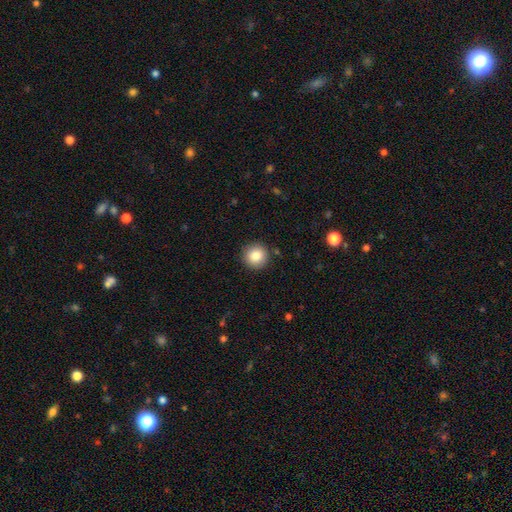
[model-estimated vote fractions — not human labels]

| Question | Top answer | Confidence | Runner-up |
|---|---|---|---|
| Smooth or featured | smooth | 86% | star or artifact (9%) |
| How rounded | round | 94% | in between (5%) |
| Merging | none | 90% | minor disturbance (6%) |